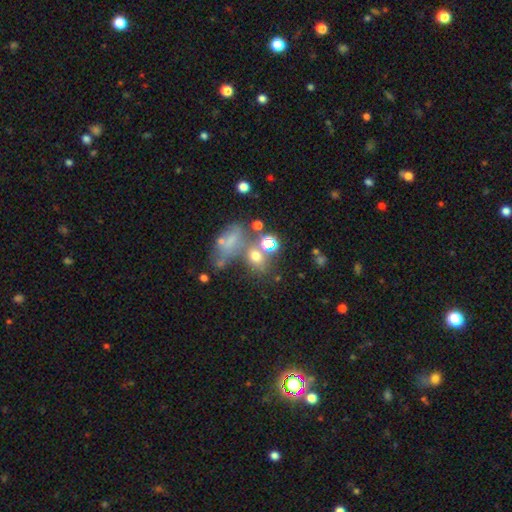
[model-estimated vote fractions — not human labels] Overall: smooth (59%; star or artifact 25%). How rounded: round (50%; in between 47%). Merging: none (43%; merger 33%).